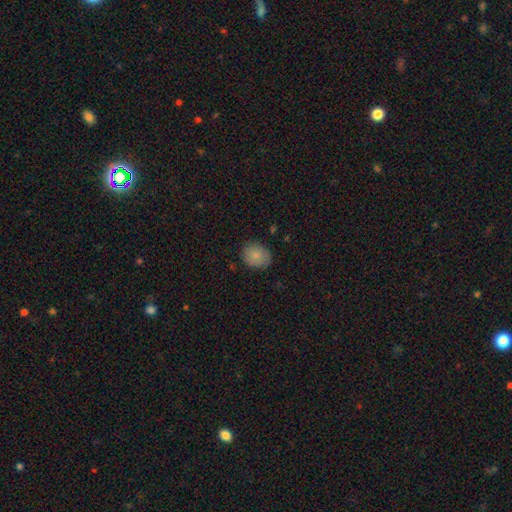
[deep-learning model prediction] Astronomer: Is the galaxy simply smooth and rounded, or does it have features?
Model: smooth — 81%.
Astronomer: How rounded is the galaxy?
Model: round — 56% (runner-up: in between, 43%).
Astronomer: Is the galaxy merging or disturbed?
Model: none — 81%.